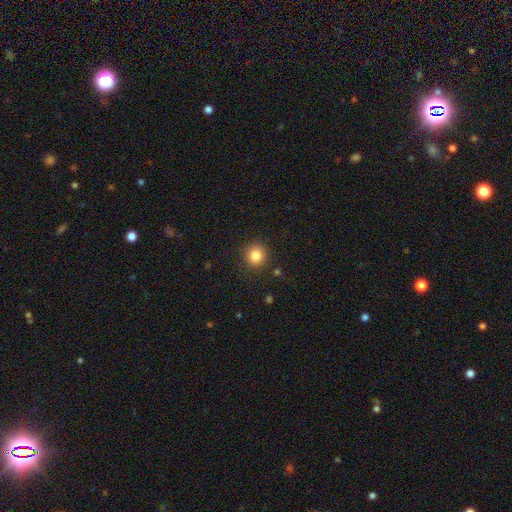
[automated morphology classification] The model was most divided on "smooth or featured": smooth: 84%, star or artifact: 11%, featured or disk: 5%. More confident: how rounded — round (94%); merging — none (91%).